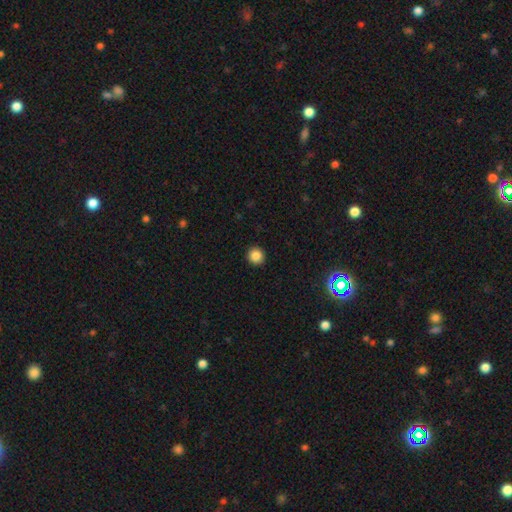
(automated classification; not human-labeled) Overall: smooth (86%). How rounded: round (94%). Merging: none (93%).